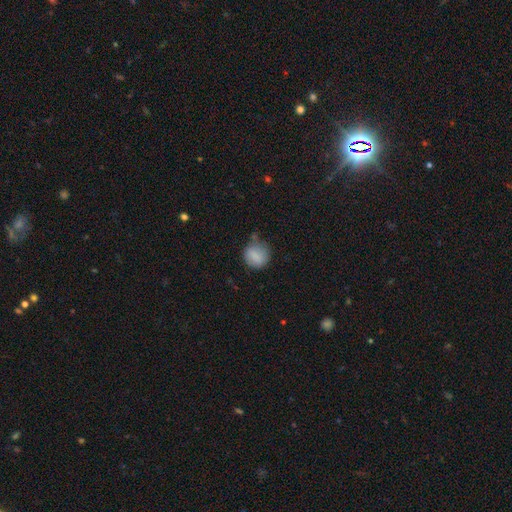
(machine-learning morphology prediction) smooth-or-featured: smooth: 83% | star or artifact: 9% | featured or disk: 9%
  how-rounded: round: 80% | in between: 19% | cigar-shaped: 1%
  merging: none: 58% | minor disturbance: 29% | major disturbance: 9% | merger: 4%